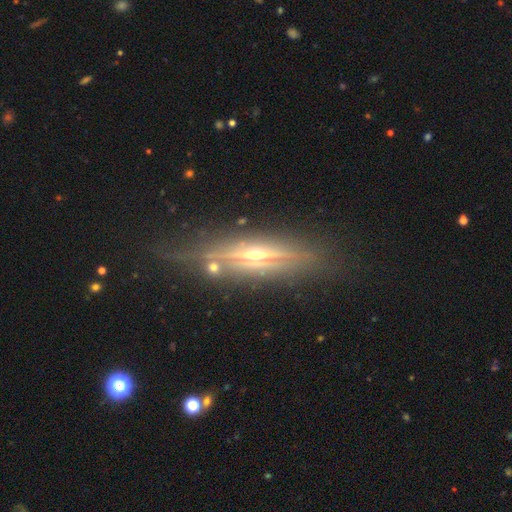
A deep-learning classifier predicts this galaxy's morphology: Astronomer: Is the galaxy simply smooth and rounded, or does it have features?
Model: featured or disk — 79%.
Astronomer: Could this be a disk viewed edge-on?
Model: yes — 92%.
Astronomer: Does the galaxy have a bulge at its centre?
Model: rounded — 91%.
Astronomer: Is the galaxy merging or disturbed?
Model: none — 74%.